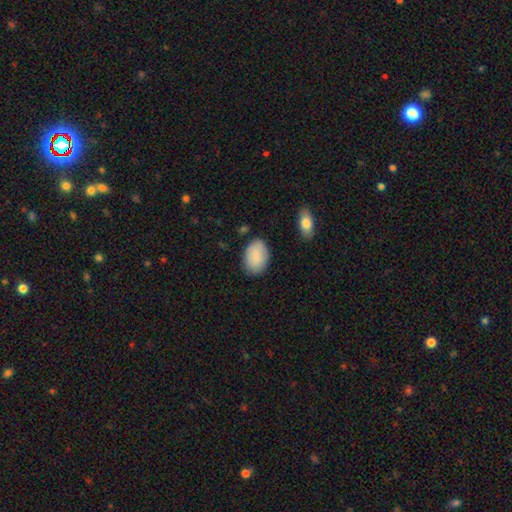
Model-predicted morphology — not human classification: Overall: smooth (89%). How rounded: in between (85%). Merging: none (82%).